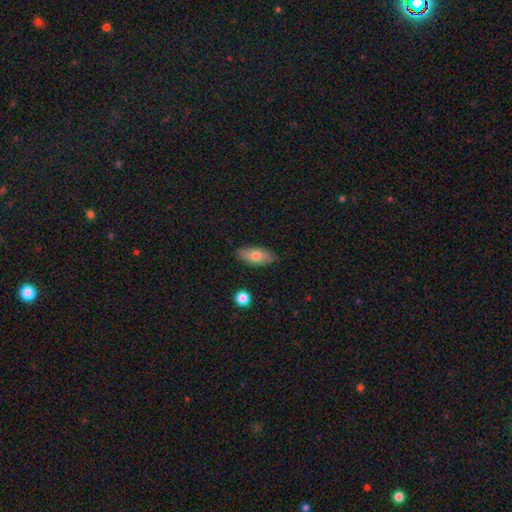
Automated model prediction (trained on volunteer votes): Morphology: type=smooth (72%); roundness=in between (85%); merging=none (84%).